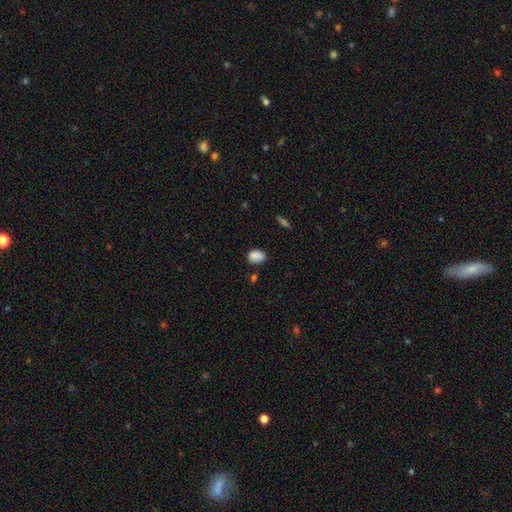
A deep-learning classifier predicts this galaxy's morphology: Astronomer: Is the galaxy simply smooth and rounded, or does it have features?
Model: smooth — 86%.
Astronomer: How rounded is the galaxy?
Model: in between — 77%.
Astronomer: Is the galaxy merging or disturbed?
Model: none — 69%.